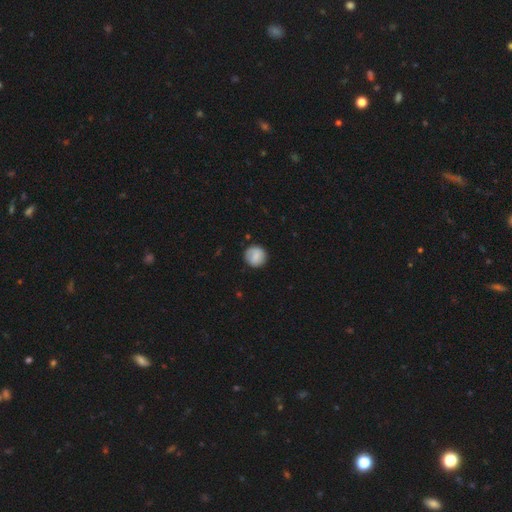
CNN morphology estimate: smooth_or_featured: smooth (p=0.76) [alt: featured or disk p=0.17]
how_rounded: round (p=0.93) [alt: in between p=0.06]
merging: none (p=0.84) [alt: minor disturbance p=0.12]